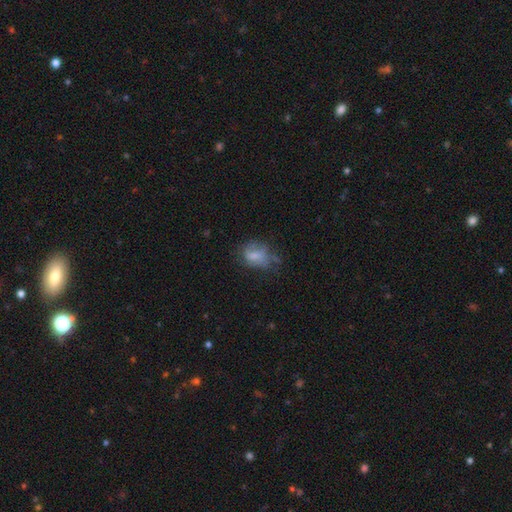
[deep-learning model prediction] Morphology: type=smooth (56%); roundness=in between (67%); merging=none (39%).